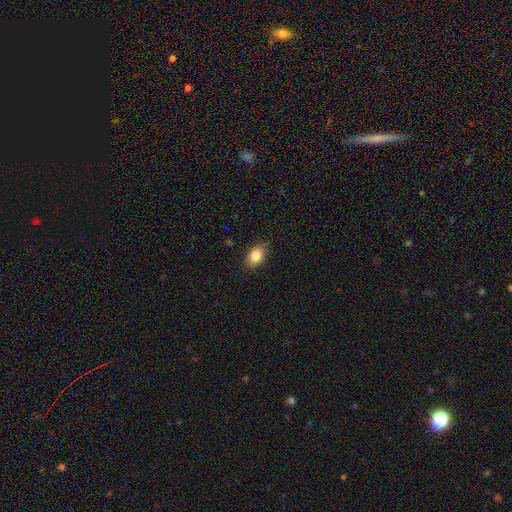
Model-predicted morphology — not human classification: Smooth or featured?
  - smooth: 83% *
  - featured or disk: 9%
  - star or artifact: 8%
How rounded?
  - in between: 84% *
  - round: 15%
  - cigar-shaped: 2%
Merging?
  - none: 81% *
  - minor disturbance: 15%
  - major disturbance: 3%
  - merger: 1%